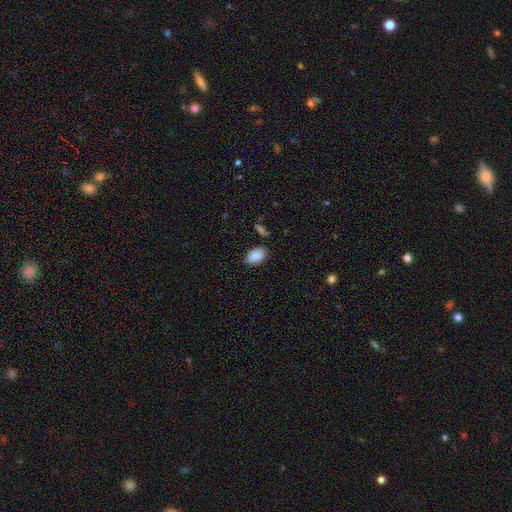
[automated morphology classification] Smooth or featured?
  - smooth: 88% *
  - star or artifact: 8%
  - featured or disk: 4%
How rounded?
  - in between: 90% *
  - round: 9%
  - cigar-shaped: 1%
Merging?
  - none: 76% *
  - minor disturbance: 17%
  - major disturbance: 4%
  - merger: 3%